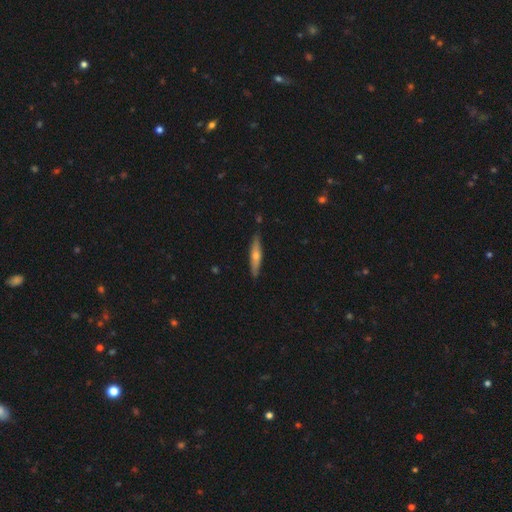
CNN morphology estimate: Smooth or featured: featured or disk — 52% (smooth — 42%)
Edge-on disk: yes — 91% (no — 9%)
Merging: none — 88% (minor disturbance — 9%)